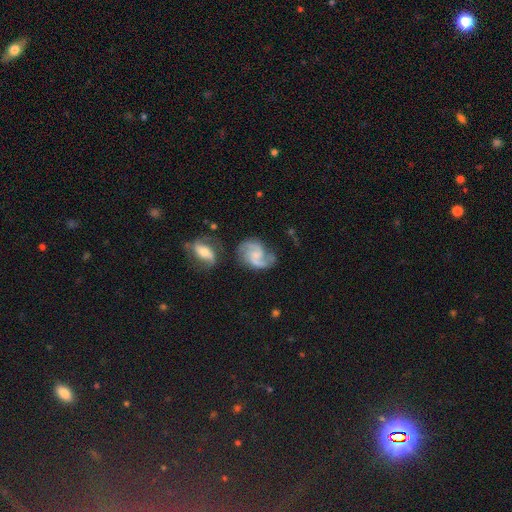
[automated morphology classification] Q: Smooth or featured?
A: featured or disk (85%); runner-up: smooth (9%)
Q: Edge-on disk?
A: no (98%); runner-up: yes (2%)
Q: Bar?
A: no (54%); runner-up: weak (38%)
Q: Spiral arms?
A: yes (96%); runner-up: no (4%)
Q: Spiral winding?
A: medium (52%); runner-up: loose (32%)
Q: Spiral arm count?
A: 2 (81%); runner-up: 3 (8%)
Q: Bulge size?
A: none (44%); runner-up: small (35%)
Q: Merging?
A: none (57%); runner-up: minor disturbance (21%)